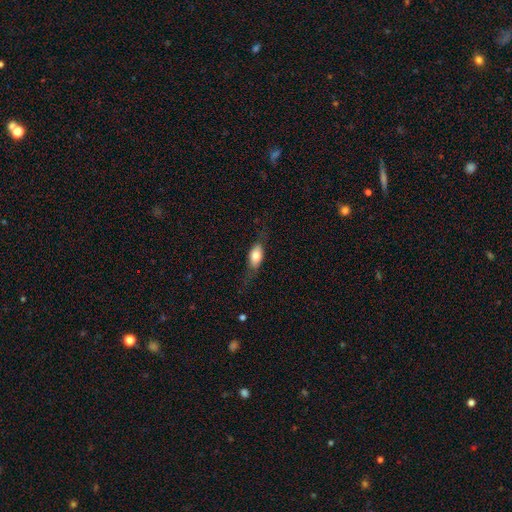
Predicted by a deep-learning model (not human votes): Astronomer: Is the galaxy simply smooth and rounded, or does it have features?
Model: smooth — 68%.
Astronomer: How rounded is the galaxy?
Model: in between — 79%.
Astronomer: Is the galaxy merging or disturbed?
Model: none — 66%.